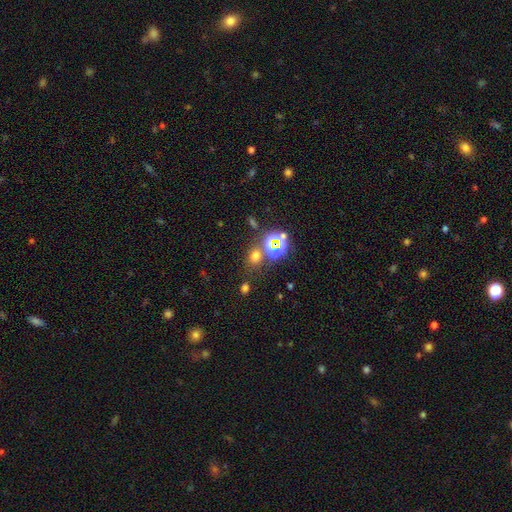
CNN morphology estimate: This is possibly a smooth galaxy (58%). How rounded: likely round (69%). Merging: likely none (72%).